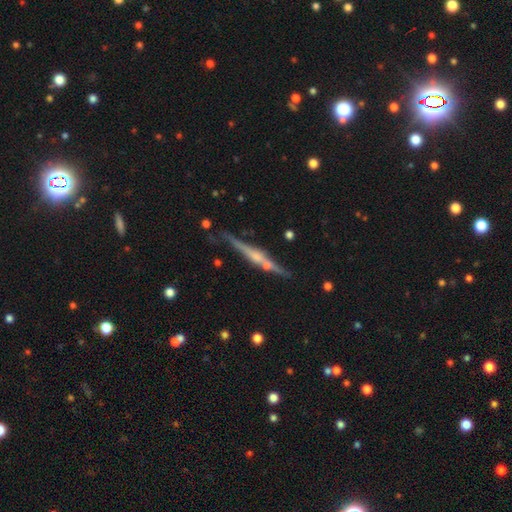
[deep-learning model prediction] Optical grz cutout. It shows a featured or disk galaxy (76%) viewed edge-on (97%) with a rounded central bulge (70%). Merging: none (75%).